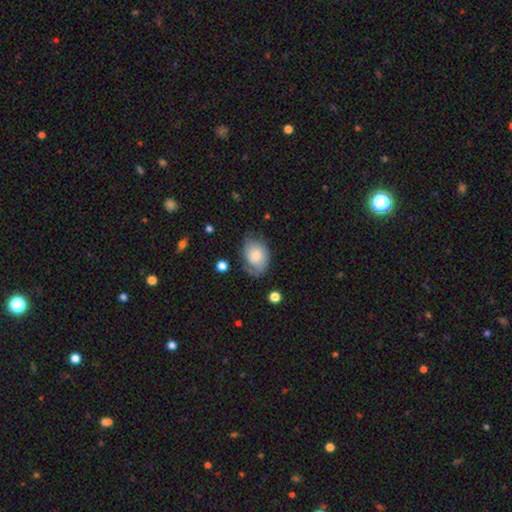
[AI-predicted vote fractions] Smooth or featured? smooth (62%)
How rounded? in between (71%)
Merging? none (50%)